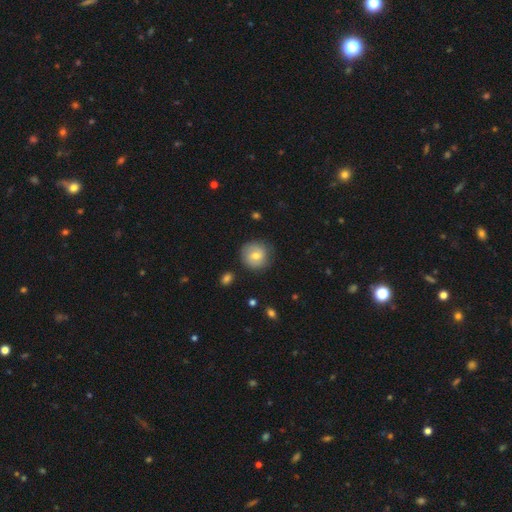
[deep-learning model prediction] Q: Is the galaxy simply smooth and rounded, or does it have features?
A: smooth — 60%.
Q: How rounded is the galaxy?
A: round — 90%.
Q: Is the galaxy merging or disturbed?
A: none — 80%.